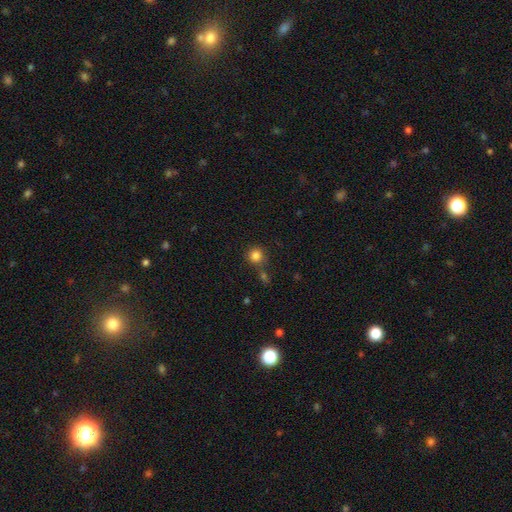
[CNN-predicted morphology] A smooth galaxy with no disk features (83%) that is round (91%). Merging: none (71%).